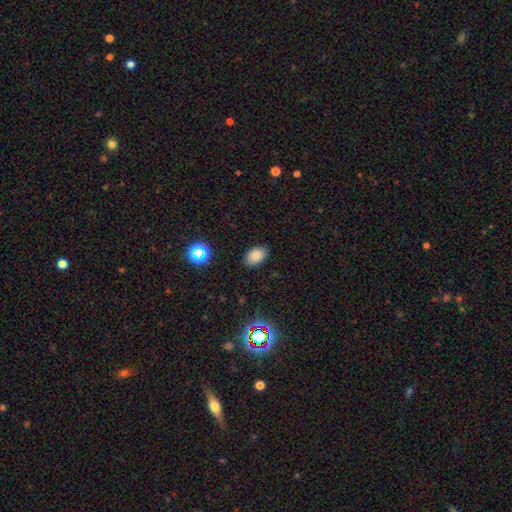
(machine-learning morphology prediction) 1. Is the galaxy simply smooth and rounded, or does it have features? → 82% smooth, 12% star or artifact, 5% featured or disk.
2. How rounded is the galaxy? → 85% in between, 14% round, 1% cigar-shaped.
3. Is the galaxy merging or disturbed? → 86% none, 10% minor disturbance, 3% major disturbance, 1% merger.